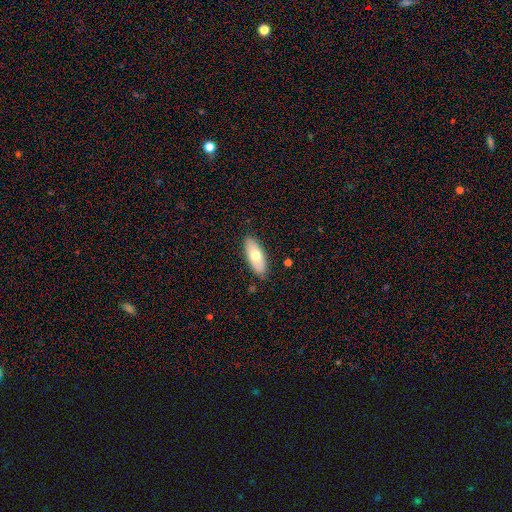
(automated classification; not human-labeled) Smooth or featured: smooth — 67% (featured or disk — 27%)
How rounded: in between — 83% (cigar-shaped — 15%)
Merging: none — 86% (minor disturbance — 10%)